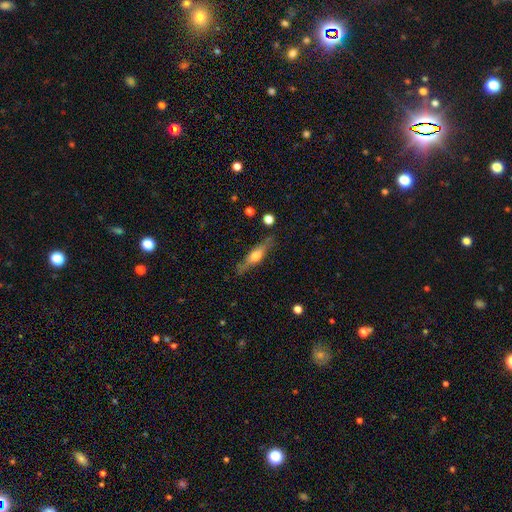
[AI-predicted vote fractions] This is possibly a featured or disk galaxy (54%). It is clearly viewed edge-on (90%). Merging: likely none (80%).